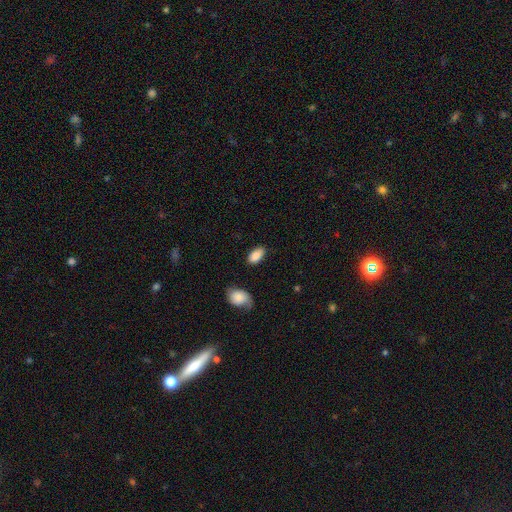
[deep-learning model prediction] smooth 87%, star or artifact 7%, featured or disk 7%. Down the decision tree: how rounded — in between (93%); merging — none (80%).